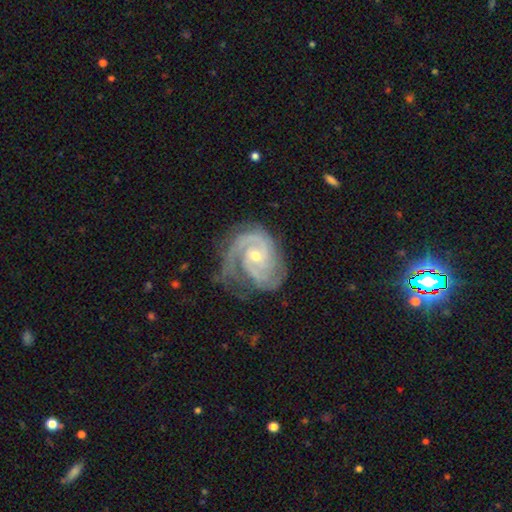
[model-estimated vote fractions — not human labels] Smooth or featured? Predicted: featured or disk (p=0.91). Edge-on disk? Predicted: no (p=0.98). Bar? Predicted: no (p=0.61). Spiral arms? Predicted: yes (p=0.98). Spiral winding? Predicted: tight (p=0.61). Spiral arm count? Predicted: 2 (p=0.45). Bulge size? Predicted: small (p=0.49). Merging? Predicted: none (p=0.61).